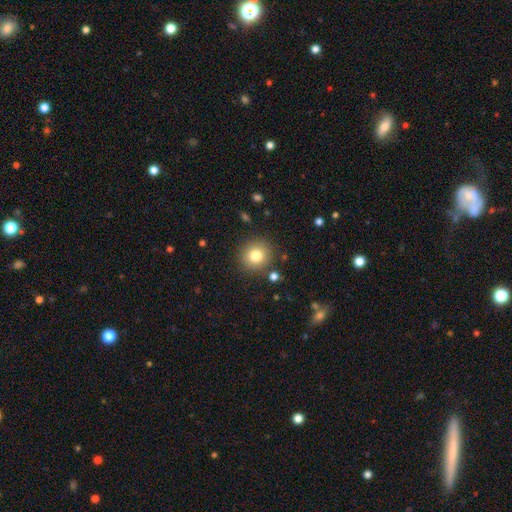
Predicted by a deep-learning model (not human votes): Smooth or featured: smooth — 79% (star or artifact — 11%)
How rounded: round — 91% (in between — 9%)
Merging: none — 87% (minor disturbance — 7%)